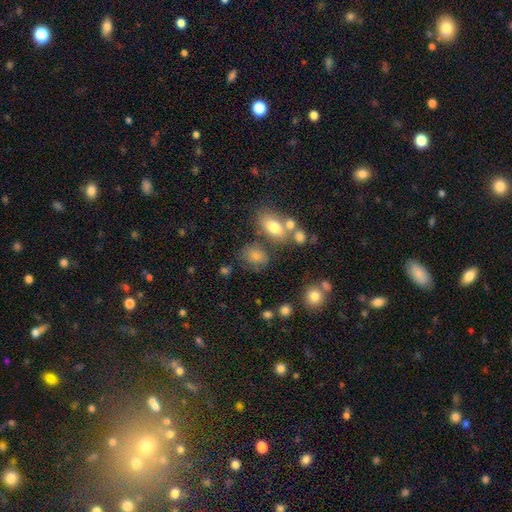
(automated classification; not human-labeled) The model was most divided on "how rounded": in between: 63%, round: 35%, cigar-shaped: 2%. More confident: smooth or featured — smooth (75%); merging — none (54%).